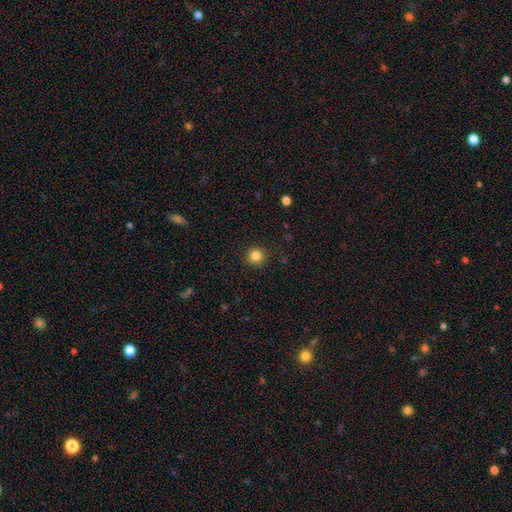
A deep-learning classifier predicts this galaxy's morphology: smooth-or-featured: smooth: 84% | star or artifact: 11% | featured or disk: 5%
  how-rounded: round: 93% | in between: 7% | cigar-shaped: 1%
  merging: none: 90% | minor disturbance: 6% | major disturbance: 2% | merger: 1%